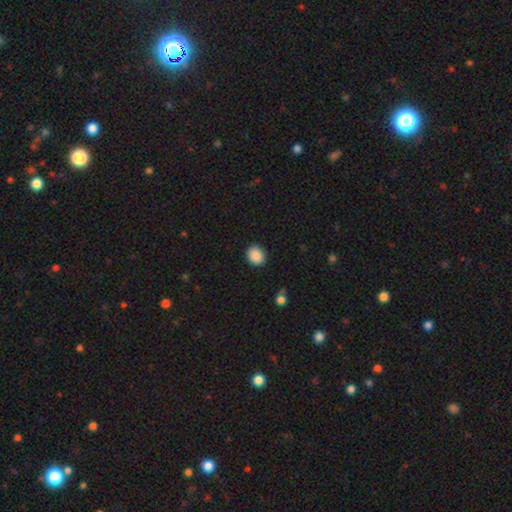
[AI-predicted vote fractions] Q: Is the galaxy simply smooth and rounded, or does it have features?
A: smooth — 89%.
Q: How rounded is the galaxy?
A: round — 63%.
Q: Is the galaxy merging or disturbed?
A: none — 89%.